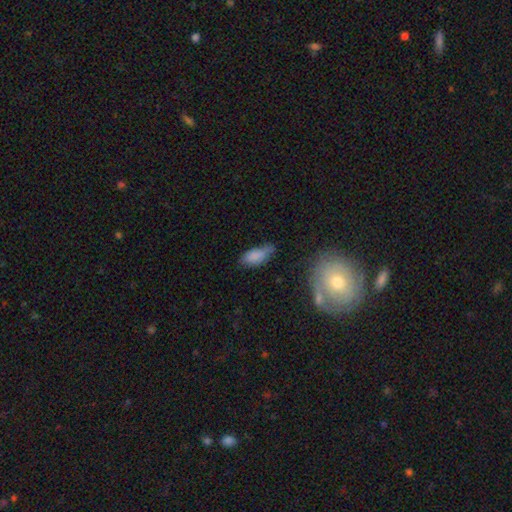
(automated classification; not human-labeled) This is clearly a smooth galaxy (82%). How rounded: clearly in between (85%). Merging: marginally none (44%).